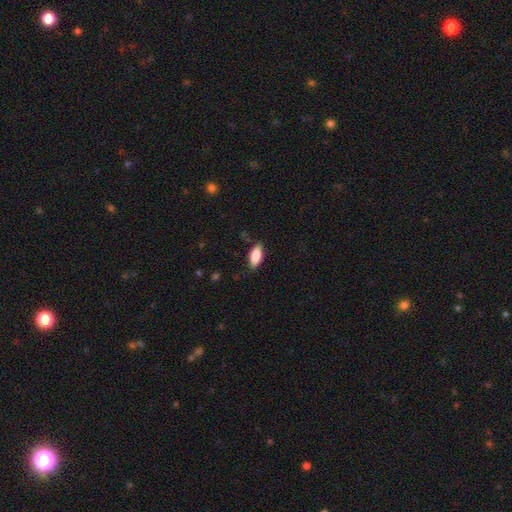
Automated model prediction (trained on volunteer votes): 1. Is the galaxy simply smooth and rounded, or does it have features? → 85% smooth, 9% featured or disk, 6% star or artifact.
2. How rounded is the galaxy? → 88% in between, 10% cigar-shaped, 2% round.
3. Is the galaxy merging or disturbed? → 80% none, 15% minor disturbance, 3% major disturbance, 1% merger.